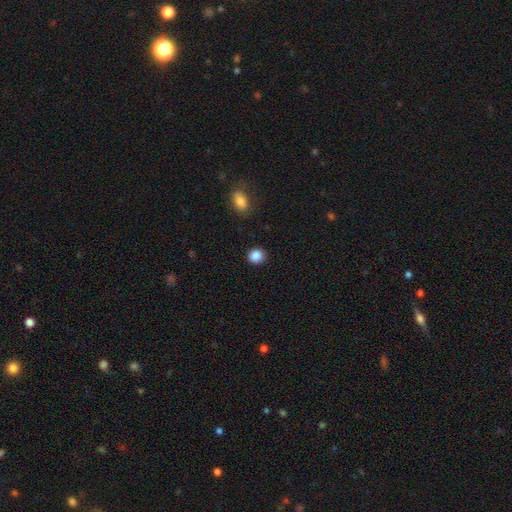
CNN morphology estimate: smooth 88%, star or artifact 9%, featured or disk 3%. Down the decision tree: how rounded — round (83%); merging — none (90%).